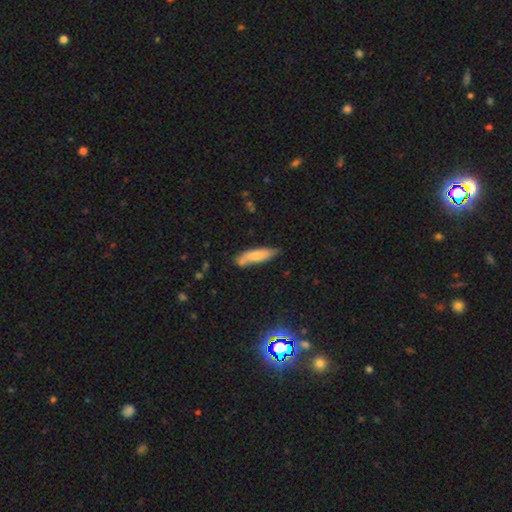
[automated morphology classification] Smooth or featured? Predicted: smooth (p=0.72). How rounded? Predicted: cigar-shaped (p=0.64). Merging? Predicted: none (p=0.66).